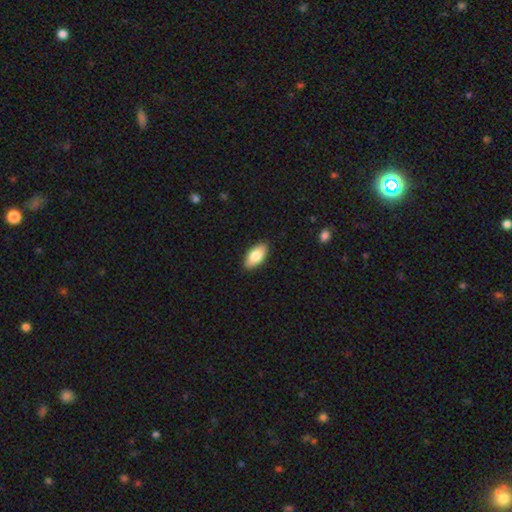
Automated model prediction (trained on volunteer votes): A smooth galaxy with no disk features (82%) that is in between round and cigar-shaped (92%).

Vote fractions:
- Smooth or featured? smooth: 82% / featured or disk: 12% / star or artifact: 6%
- How rounded? in between: 92% / cigar-shaped: 5% / round: 3%
- Merging? none: 89% / minor disturbance: 9% / major disturbance: 2% / merger: 1%